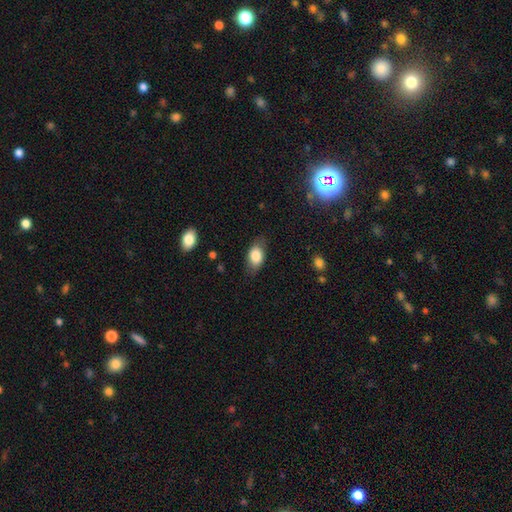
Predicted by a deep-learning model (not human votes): Smooth or featured?
  - smooth: 82% *
  - featured or disk: 11%
  - star or artifact: 7%
How rounded?
  - in between: 87% *
  - round: 10%
  - cigar-shaped: 3%
Merging?
  - none: 77% *
  - minor disturbance: 17%
  - major disturbance: 5%
  - merger: 1%